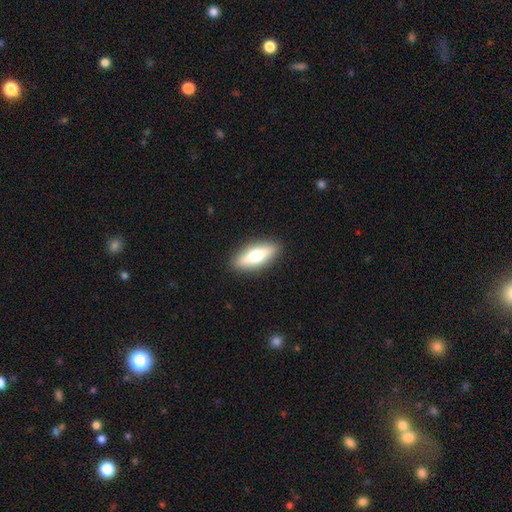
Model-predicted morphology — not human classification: A smooth galaxy with no disk features (55%) that is in between round and cigar-shaped (61%). Merging: none (90%).